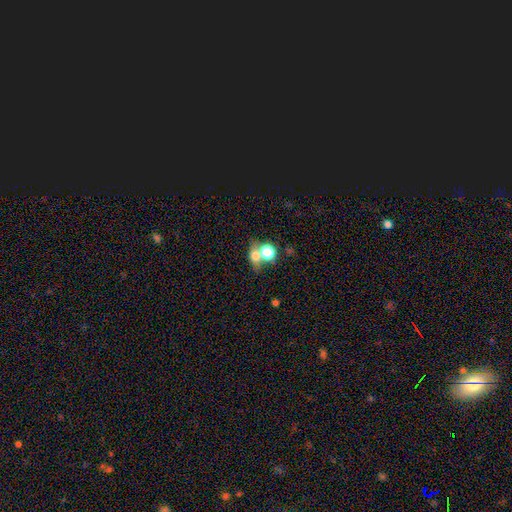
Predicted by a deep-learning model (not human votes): Overall: smooth (69%). How rounded: round (54%; in between 43%). Merging: merger (48%; none 38%).